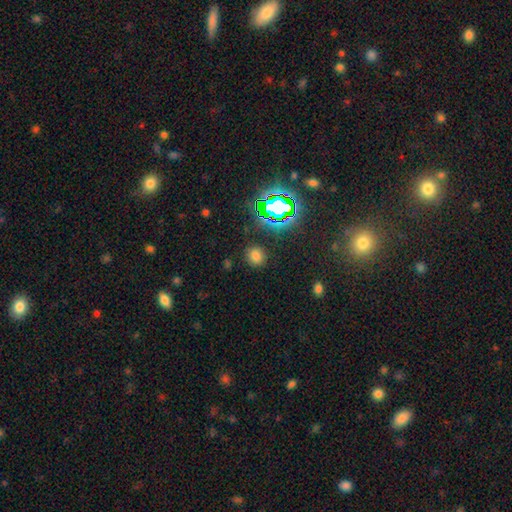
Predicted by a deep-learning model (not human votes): Overall: smooth (70%). How rounded: round (85%). Merging: none (87%).